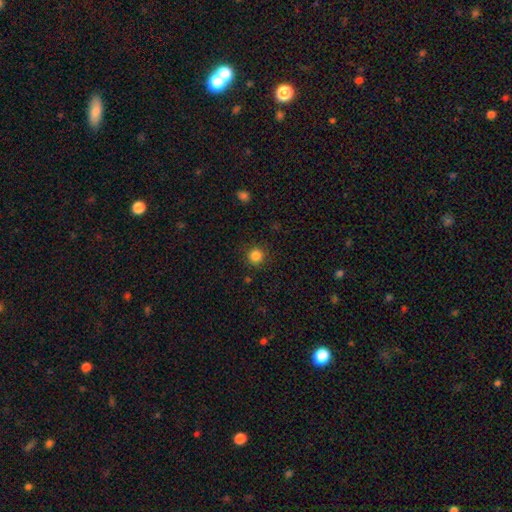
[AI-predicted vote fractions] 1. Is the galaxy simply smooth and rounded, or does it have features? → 85% smooth, 12% star or artifact, 4% featured or disk.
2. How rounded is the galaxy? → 95% round, 5% in between, 1% cigar-shaped.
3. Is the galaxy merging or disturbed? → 90% none, 6% minor disturbance, 2% major disturbance, 1% merger.